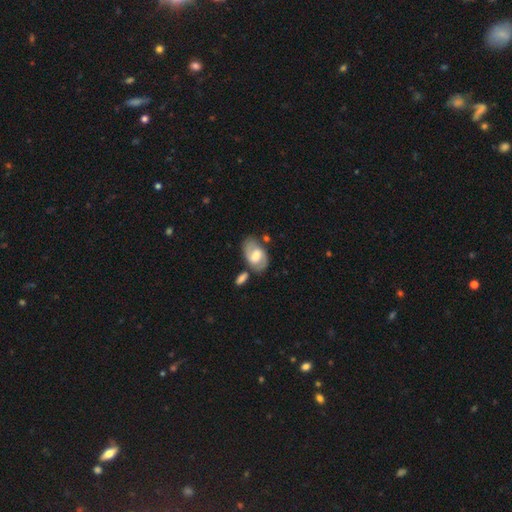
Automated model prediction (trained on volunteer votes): Q: Smooth or featured?
A: featured or disk (60%); runner-up: smooth (34%)
Q: Edge-on disk?
A: no (95%); runner-up: yes (5%)
Q: Bar?
A: weak (50%); runner-up: no (26%)
Q: Spiral arms?
A: yes (77%); runner-up: no (23%)
Q: Bulge size?
A: moderate (58%); runner-up: large (22%)
Q: Merging?
A: none (63%); runner-up: minor disturbance (18%)